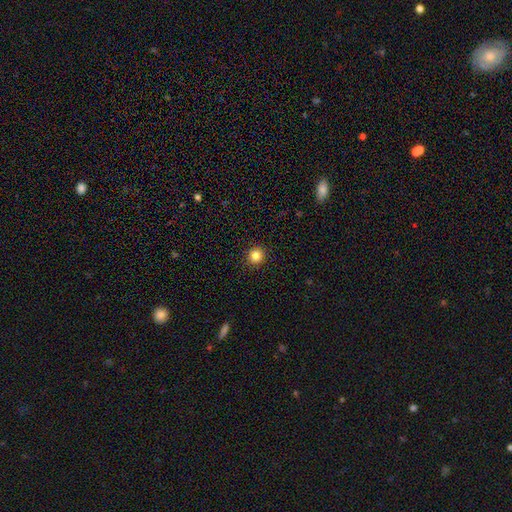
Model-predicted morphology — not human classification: The model was most divided on "smooth or featured": smooth: 84%, star or artifact: 12%, featured or disk: 5%. More confident: how rounded — round (93%); merging — none (92%).